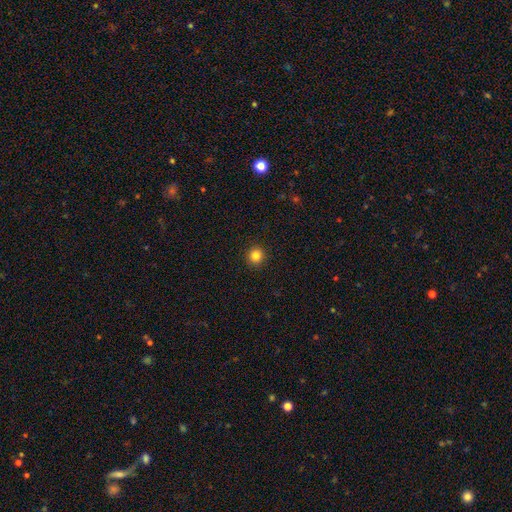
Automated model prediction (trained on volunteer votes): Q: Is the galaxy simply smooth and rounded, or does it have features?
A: smooth — 84%.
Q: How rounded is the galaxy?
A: round — 93%.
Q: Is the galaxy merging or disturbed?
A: none — 92%.